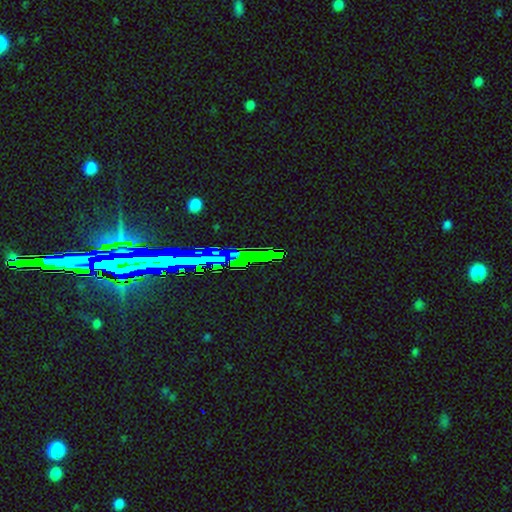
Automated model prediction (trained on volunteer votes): Smooth or featured? star or artifact (71%)